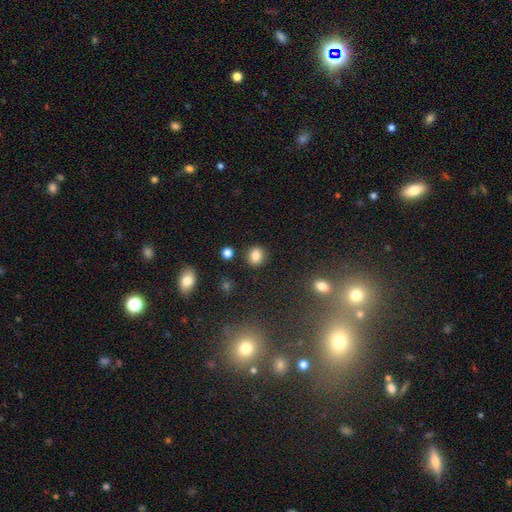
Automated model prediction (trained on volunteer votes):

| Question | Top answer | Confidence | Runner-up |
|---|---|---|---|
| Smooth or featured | smooth | 83% | star or artifact (11%) |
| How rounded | round | 77% | in between (22%) |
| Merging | none | 88% | minor disturbance (8%) |